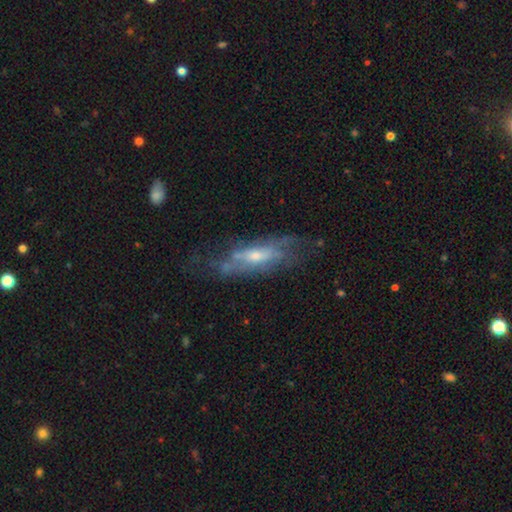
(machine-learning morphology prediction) Smooth or featured: featured or disk — 70% (smooth — 23%)
Edge-on disk: no — 64% (yes — 36%)
Merging: none — 58% (minor disturbance — 24%)